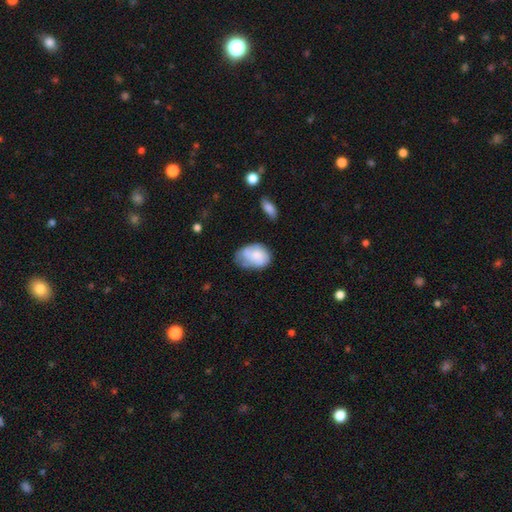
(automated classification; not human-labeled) Smooth or featured: smooth — 63% (featured or disk — 30%)
How rounded: in between — 80% (round — 19%)
Merging: none — 51% (minor disturbance — 34%)